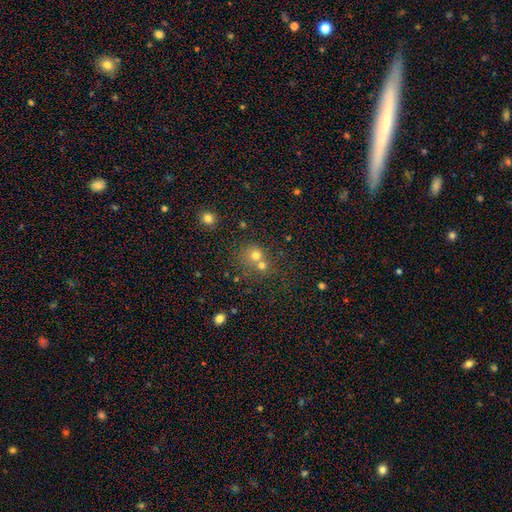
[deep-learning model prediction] Overall: smooth (70%). How rounded: round (85%). Merging: none (47%; merger 43%).